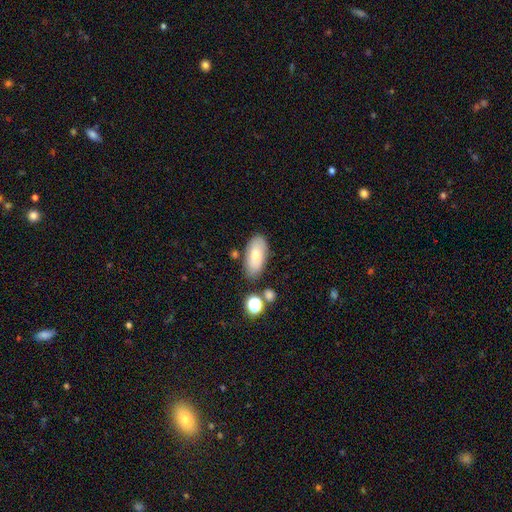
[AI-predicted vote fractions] This is likely a smooth galaxy (76%). How rounded: clearly in between (91%). Merging: likely none (77%).